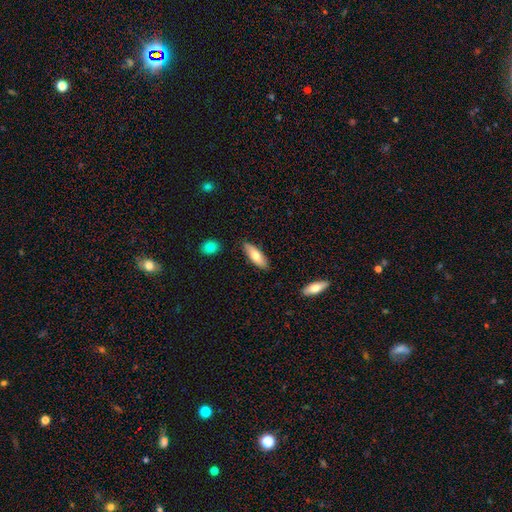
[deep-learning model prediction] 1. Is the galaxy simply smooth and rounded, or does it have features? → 73% smooth, 21% featured or disk, 6% star or artifact.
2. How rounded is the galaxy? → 58% in between, 40% cigar-shaped, 2% round.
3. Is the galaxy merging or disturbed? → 85% none, 11% minor disturbance, 2% merger, 2% major disturbance.